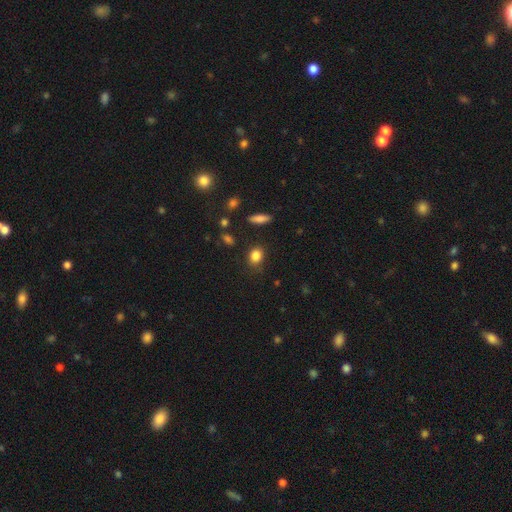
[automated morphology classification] Q: Smooth or featured?
A: smooth (84%); runner-up: star or artifact (11%)
Q: How rounded?
A: round (53%); runner-up: in between (45%)
Q: Merging?
A: none (81%); runner-up: minor disturbance (13%)